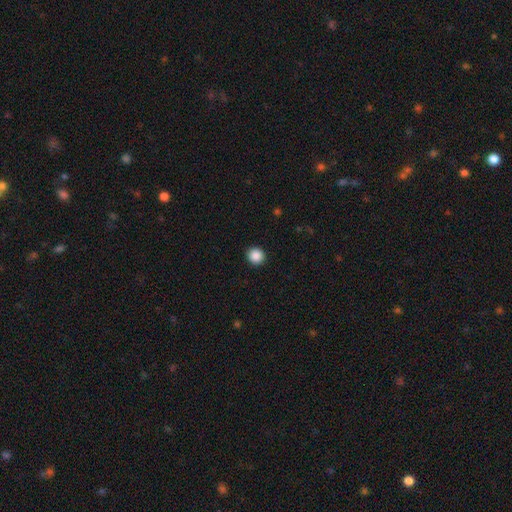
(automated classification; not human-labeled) Q: Smooth or featured?
A: smooth (89%); runner-up: star or artifact (9%)
Q: How rounded?
A: round (91%); runner-up: in between (8%)
Q: Merging?
A: none (93%); runner-up: minor disturbance (5%)